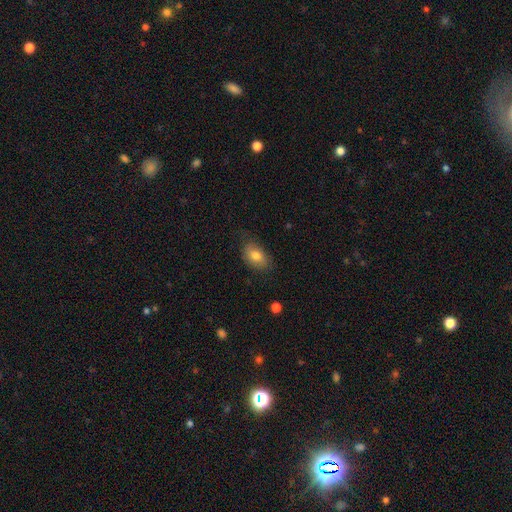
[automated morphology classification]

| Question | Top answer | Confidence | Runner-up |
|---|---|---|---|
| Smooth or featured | smooth | 79% | featured or disk (14%) |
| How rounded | in between | 87% | round (11%) |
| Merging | none | 72% | minor disturbance (21%) |